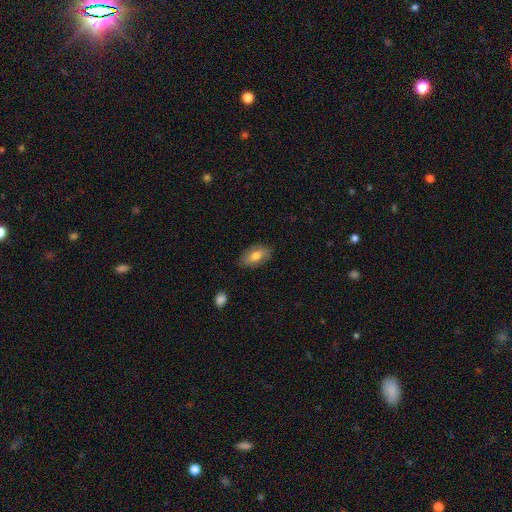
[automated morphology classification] A smooth galaxy with no disk features (71%) that is in between round and cigar-shaped (92%). Merging: none (82%).